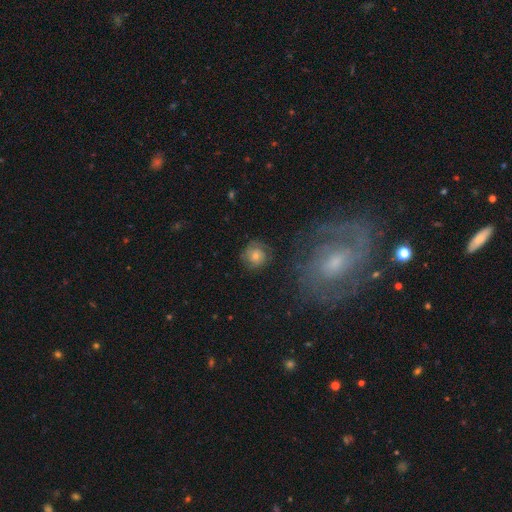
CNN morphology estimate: Q: Smooth or featured?
A: featured or disk (58%); runner-up: smooth (32%)
Q: Edge-on disk?
A: no (97%); runner-up: yes (3%)
Q: Bar?
A: no (71%); runner-up: weak (25%)
Q: Spiral arms?
A: yes (88%); runner-up: no (12%)
Q: Bulge size?
A: moderate (55%); runner-up: small (37%)
Q: Merging?
A: none (75%); runner-up: minor disturbance (15%)